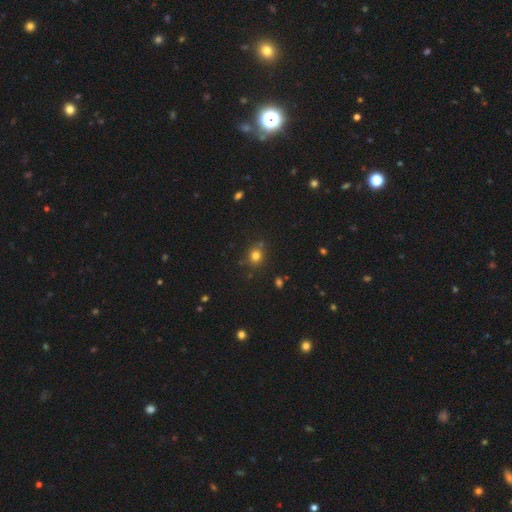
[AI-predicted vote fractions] Smooth or featured?
  - smooth: 76% *
  - star or artifact: 17%
  - featured or disk: 7%
How rounded?
  - round: 82% *
  - in between: 17%
  - cigar-shaped: 1%
Merging?
  - none: 79% *
  - minor disturbance: 11%
  - merger: 7%
  - major disturbance: 4%